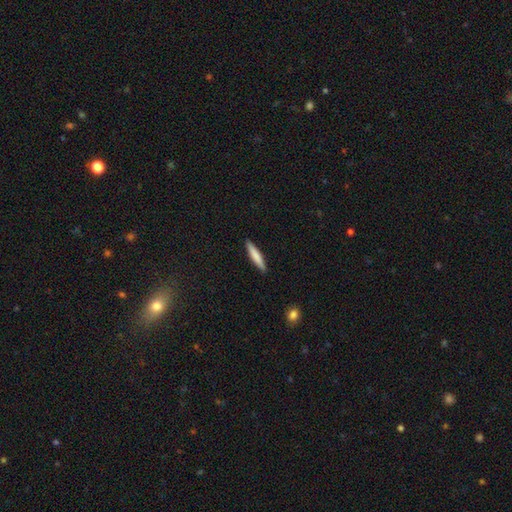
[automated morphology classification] A smooth galaxy with no disk features (74%) that is cigar-shaped (91%).

Vote fractions:
- Smooth or featured? smooth: 74% / featured or disk: 20% / star or artifact: 6%
- How rounded? cigar-shaped: 91% / in between: 8% / round: 1%
- Merging? none: 90% / minor disturbance: 7% / major disturbance: 1% / merger: 1%